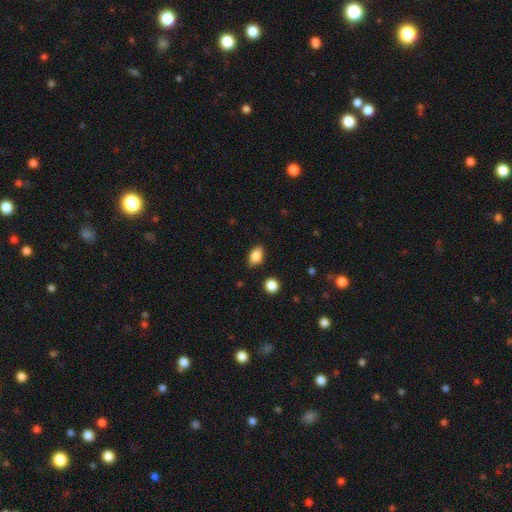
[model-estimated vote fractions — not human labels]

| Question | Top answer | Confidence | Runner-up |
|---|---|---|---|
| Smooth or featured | smooth | 83% | star or artifact (9%) |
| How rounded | in between | 84% | round (12%) |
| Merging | none | 78% | minor disturbance (17%) |